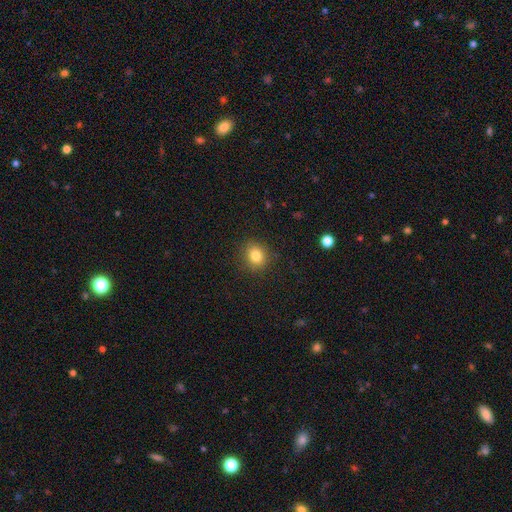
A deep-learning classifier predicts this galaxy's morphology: This appears to be a smooth galaxy with no disk features (83%) that is round (73%). Merging: none (89%).